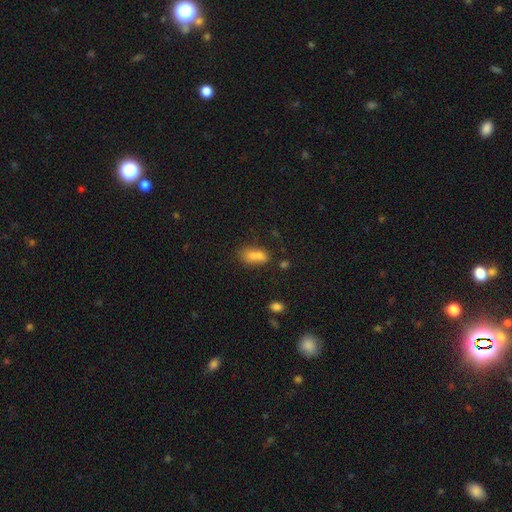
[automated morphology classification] smooth-or-featured: smooth: 72% | featured or disk: 16% | star or artifact: 12%
  how-rounded: in between: 75% | round: 19% | cigar-shaped: 6%
  merging: merger: 53% | none: 29% | minor disturbance: 12% | major disturbance: 6%